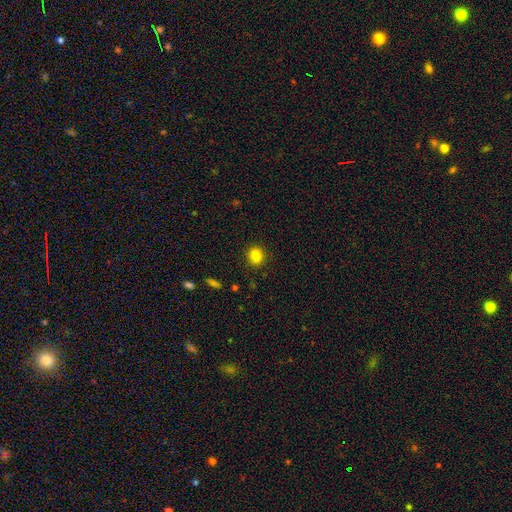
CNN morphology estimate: Smooth or featured?
  - smooth: 84% *
  - star or artifact: 11%
  - featured or disk: 5%
How rounded?
  - round: 62% *
  - in between: 37%
  - cigar-shaped: 1%
Merging?
  - none: 89% *
  - minor disturbance: 7%
  - major disturbance: 2%
  - merger: 1%